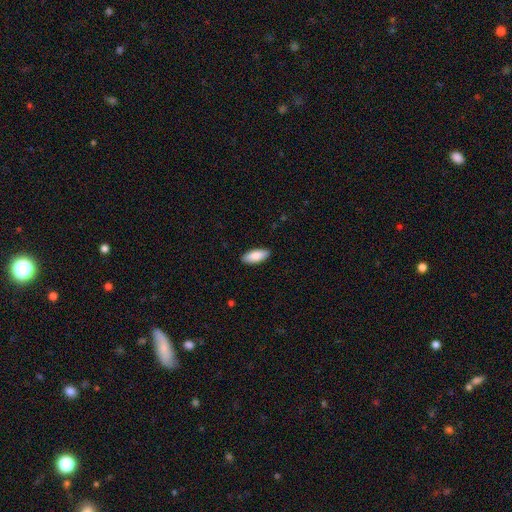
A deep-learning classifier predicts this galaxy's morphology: This is clearly a smooth galaxy (89%). How rounded: clearly in between (84%). Merging: clearly none (89%).